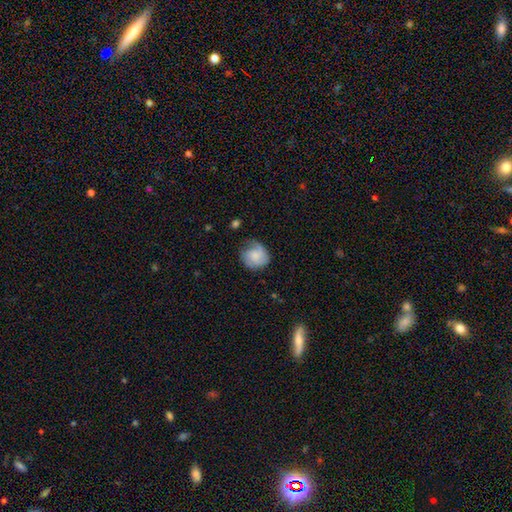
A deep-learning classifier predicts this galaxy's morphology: Smooth or featured?
  - smooth: 59% *
  - featured or disk: 34%
  - star or artifact: 7%
How rounded?
  - round: 79% *
  - in between: 20%
  - cigar-shaped: 1%
Merging?
  - none: 59% *
  - minor disturbance: 28%
  - major disturbance: 11%
  - merger: 2%